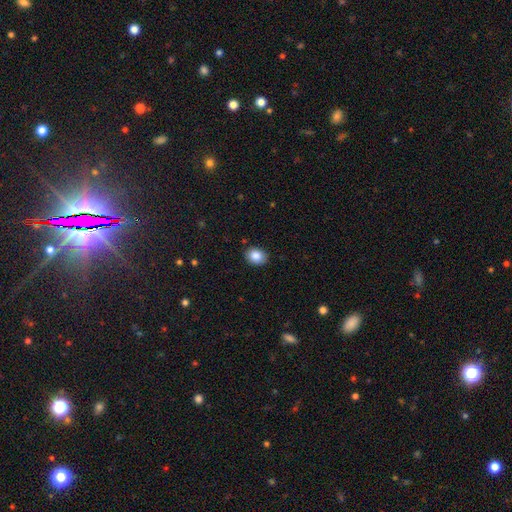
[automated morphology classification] Smooth or featured? Predicted: smooth (p=0.87). How rounded? Predicted: in between (p=0.58). Merging? Predicted: none (p=0.87).